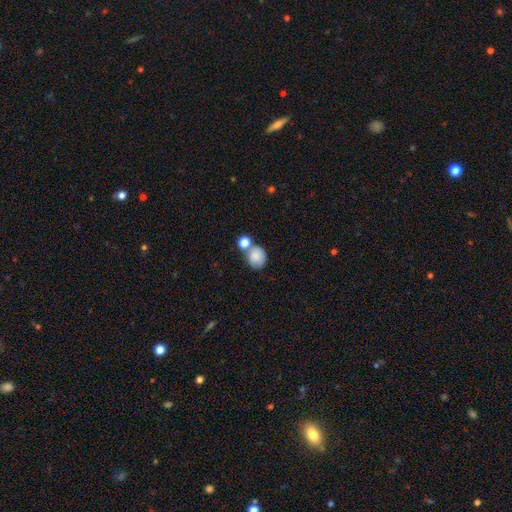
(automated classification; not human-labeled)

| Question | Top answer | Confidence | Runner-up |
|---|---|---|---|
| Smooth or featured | smooth | 83% | featured or disk (9%) |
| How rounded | round | 67% | in between (32%) |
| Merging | none | 48% | merger (34%) |